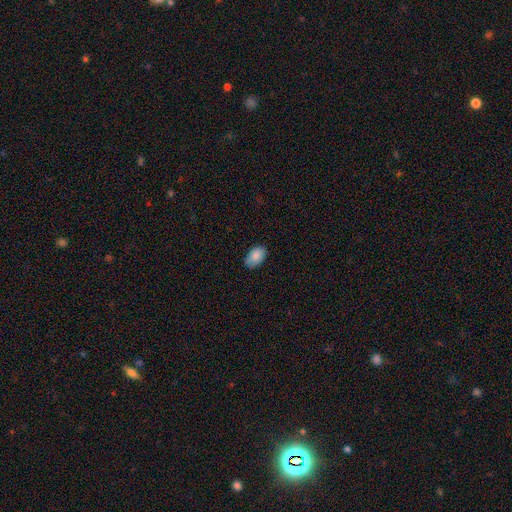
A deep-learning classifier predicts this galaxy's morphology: smooth 87%, featured or disk 7%, star or artifact 7%. Down the decision tree: how rounded — in between (92%); merging — none (78%).